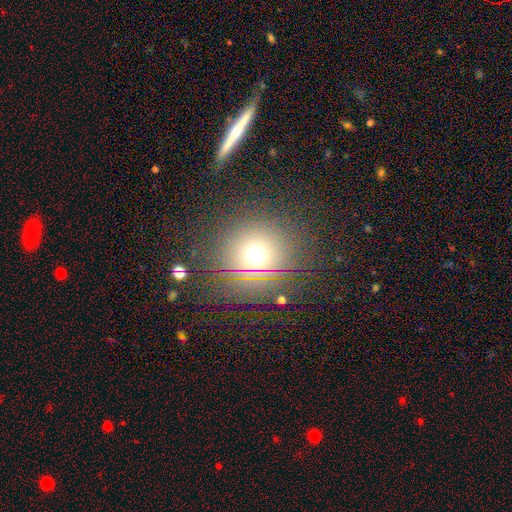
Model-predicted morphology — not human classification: type=smooth (59%); roundness=round (89%); merging=none (84%).